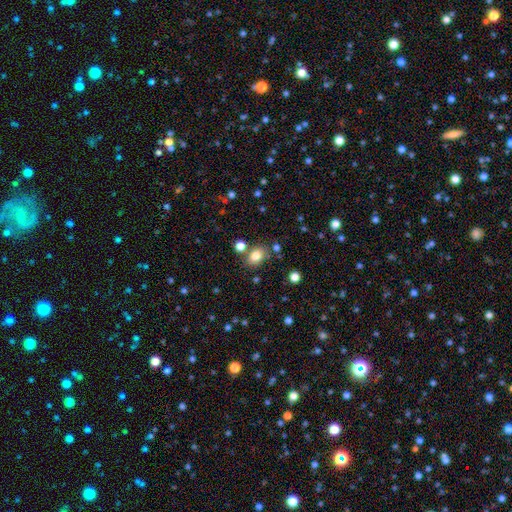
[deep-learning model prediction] A smooth galaxy with no disk features (80%) that is in between round and cigar-shaped (63%). Merging: none (74%).